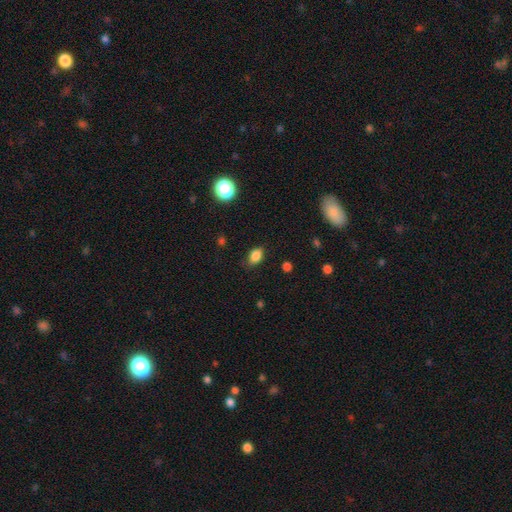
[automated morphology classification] smooth-or-featured: smooth: 85% | star or artifact: 10% | featured or disk: 5%
  how-rounded: in between: 78% | round: 20% | cigar-shaped: 1%
  merging: none: 77% | minor disturbance: 18% | major disturbance: 4% | merger: 1%